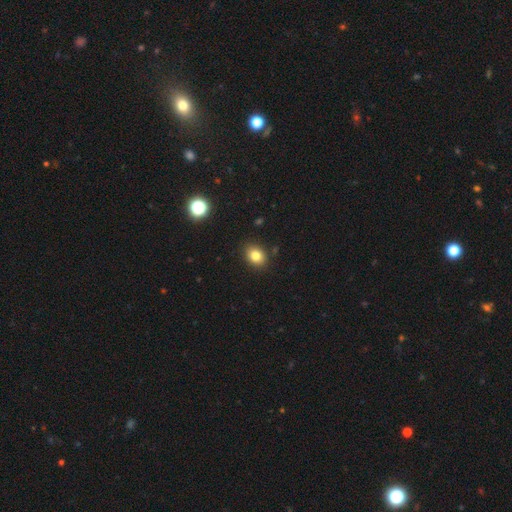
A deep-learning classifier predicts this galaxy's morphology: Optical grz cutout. It shows a smooth galaxy with no disk features (82%) that is in between round and cigar-shaped (61%). Merging: none (88%).